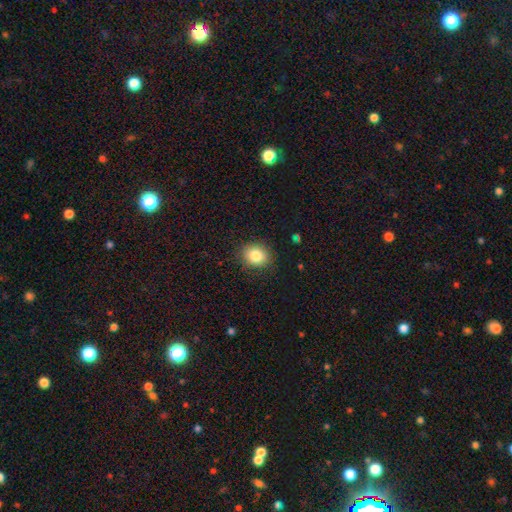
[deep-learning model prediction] A smooth galaxy with no disk features (84%) that is round (67%). Merging: none (87%).